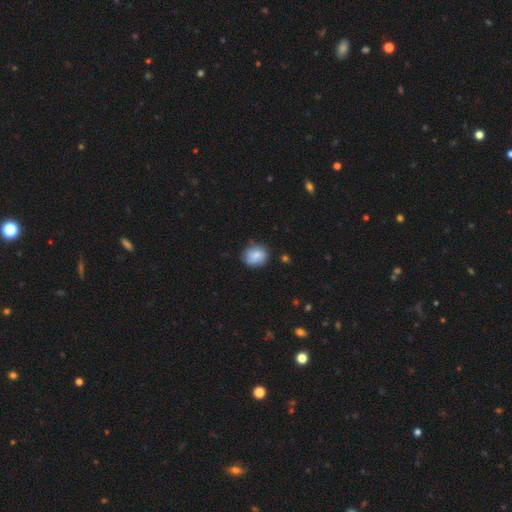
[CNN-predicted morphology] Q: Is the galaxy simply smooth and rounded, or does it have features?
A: smooth — 75%.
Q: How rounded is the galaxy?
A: round — 71%.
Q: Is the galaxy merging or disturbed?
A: none — 73%.